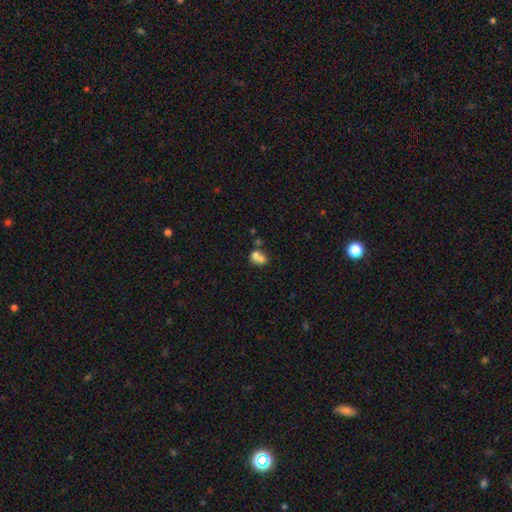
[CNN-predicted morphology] Smooth or featured?
  - smooth: 69% *
  - featured or disk: 20%
  - star or artifact: 11%
How rounded?
  - round: 55% *
  - in between: 44%
  - cigar-shaped: 1%
Merging?
  - merger: 63% *
  - none: 24%
  - minor disturbance: 8%
  - major disturbance: 5%